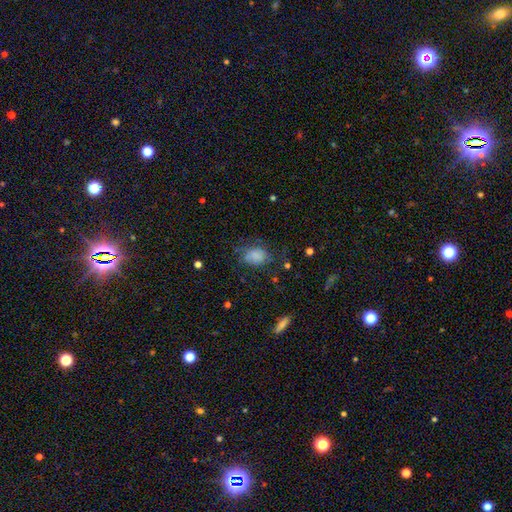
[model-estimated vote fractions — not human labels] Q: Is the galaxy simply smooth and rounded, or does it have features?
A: smooth — 76%.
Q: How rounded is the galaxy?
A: in between — 70%.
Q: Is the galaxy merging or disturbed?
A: none — 54%.